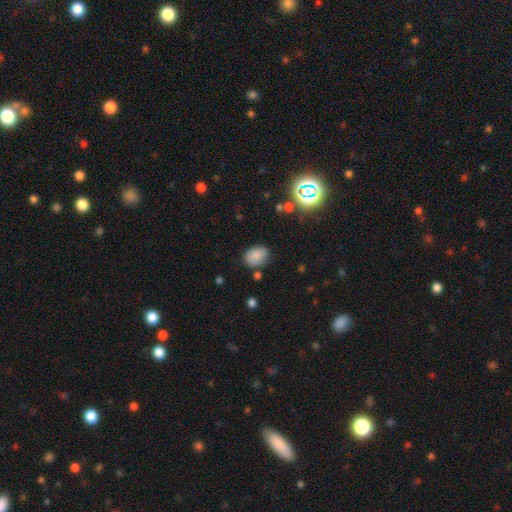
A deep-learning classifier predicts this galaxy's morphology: A smooth galaxy with no disk features (82%) that is in between round and cigar-shaped (74%).

Vote fractions:
- Smooth or featured? smooth: 82% / star or artifact: 11% / featured or disk: 7%
- How rounded? in between: 74% / round: 25% / cigar-shaped: 1%
- Merging? none: 75% / minor disturbance: 17% / major disturbance: 4% / merger: 4%